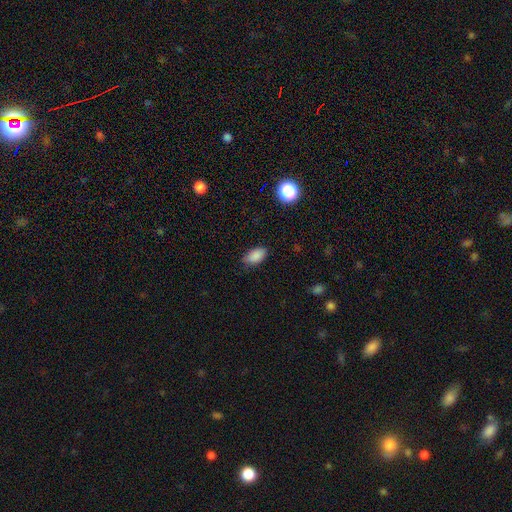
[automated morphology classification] type=smooth (87%); roundness=in between (91%); merging=none (79%).